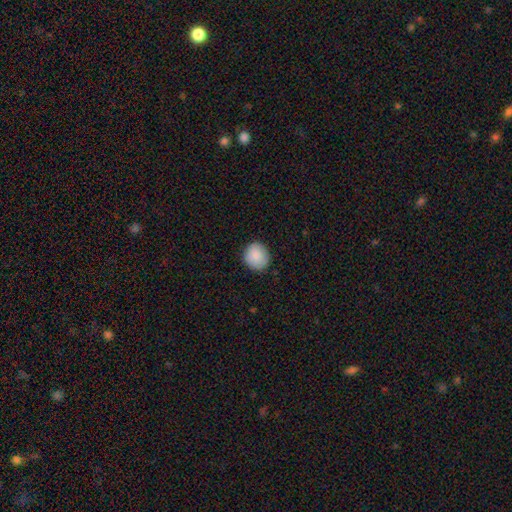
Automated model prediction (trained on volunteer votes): Smooth or featured: smooth — 89% (star or artifact — 7%)
How rounded: round — 83% (in between — 16%)
Merging: none — 87% (minor disturbance — 10%)